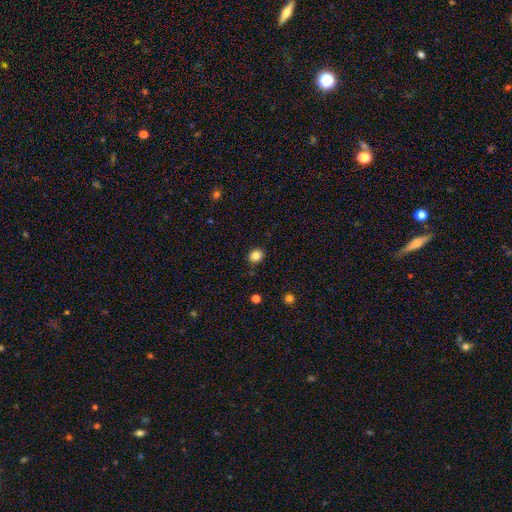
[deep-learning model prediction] A smooth galaxy with no disk features (85%) that is round (75%). Merging: none (87%).